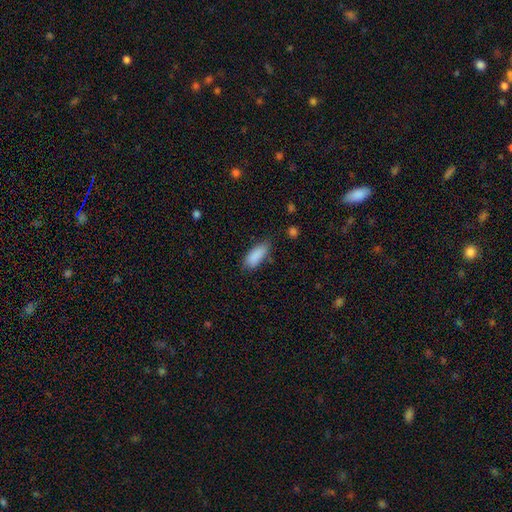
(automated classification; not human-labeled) Overall: smooth (88%). How rounded: in between (78%). Merging: none (70%).